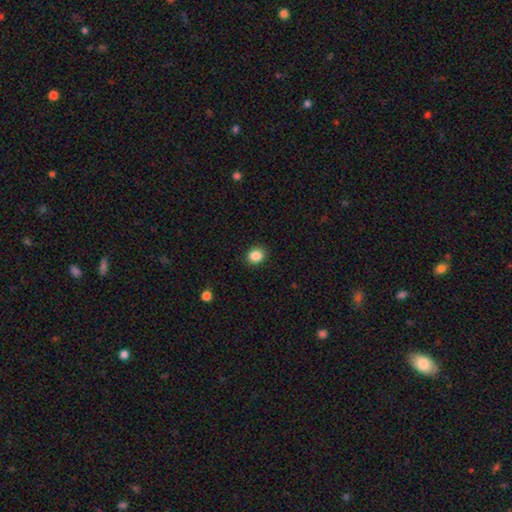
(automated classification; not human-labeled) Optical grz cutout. It shows a smooth galaxy with no disk features (87%) that is round (70%). Merging: none (90%).